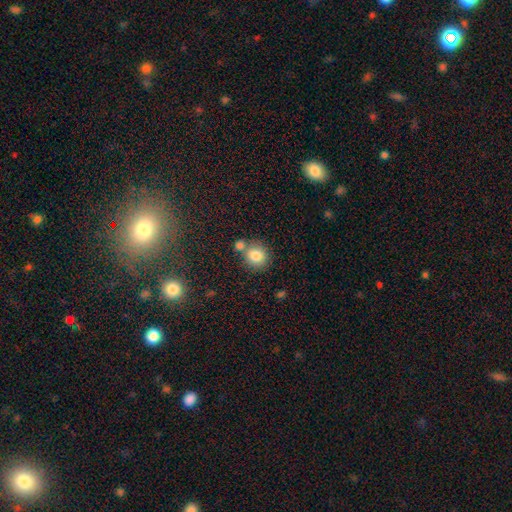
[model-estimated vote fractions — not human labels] The model was most divided on "merging": none: 62%, merger: 25%, minor disturbance: 10%, major disturbance: 3%. More confident: how rounded — round (85%); smooth or featured — smooth (81%).